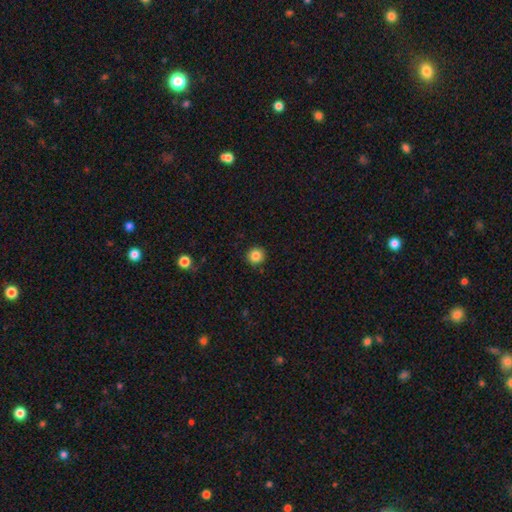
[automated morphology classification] Smooth or featured: smooth — 85% (star or artifact — 11%)
How rounded: round — 95% (in between — 4%)
Merging: none — 92% (minor disturbance — 5%)